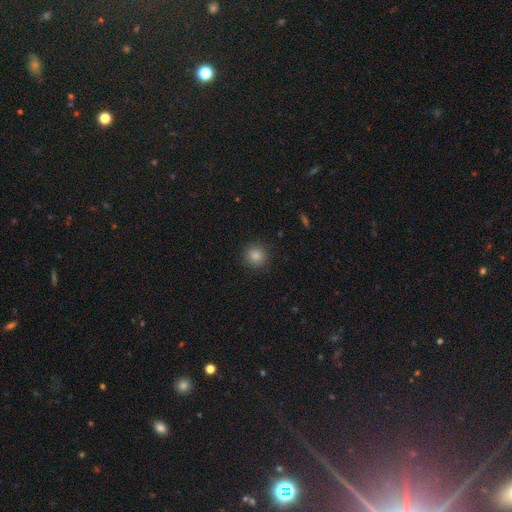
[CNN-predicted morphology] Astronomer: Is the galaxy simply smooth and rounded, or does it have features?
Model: smooth — 85%.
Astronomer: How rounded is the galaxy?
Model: round — 92%.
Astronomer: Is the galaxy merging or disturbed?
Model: none — 89%.